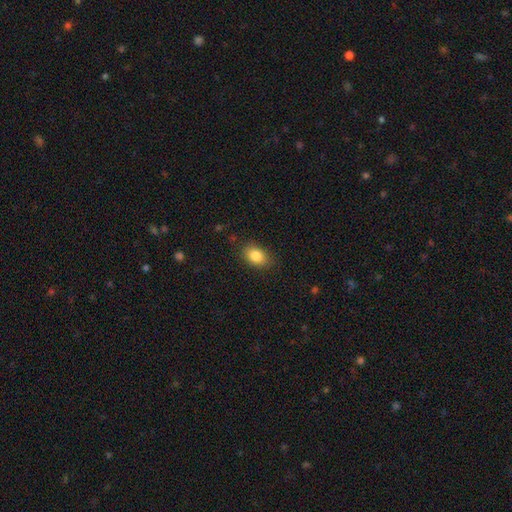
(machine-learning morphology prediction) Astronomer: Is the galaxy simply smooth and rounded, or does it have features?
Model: smooth — 85%.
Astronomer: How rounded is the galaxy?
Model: in between — 82%.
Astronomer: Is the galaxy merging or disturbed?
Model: none — 83%.